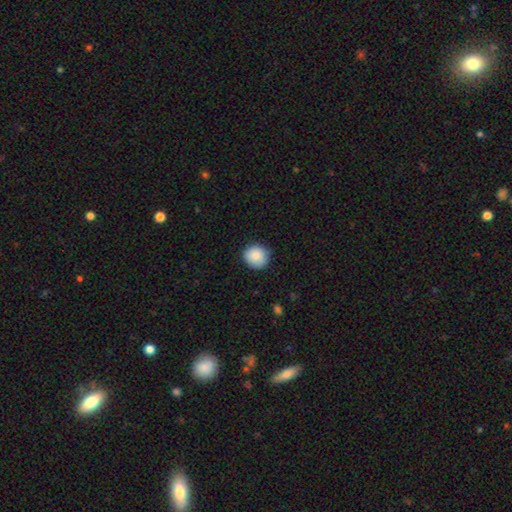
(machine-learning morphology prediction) type=smooth (87%); roundness=round (90%); merging=none (85%).